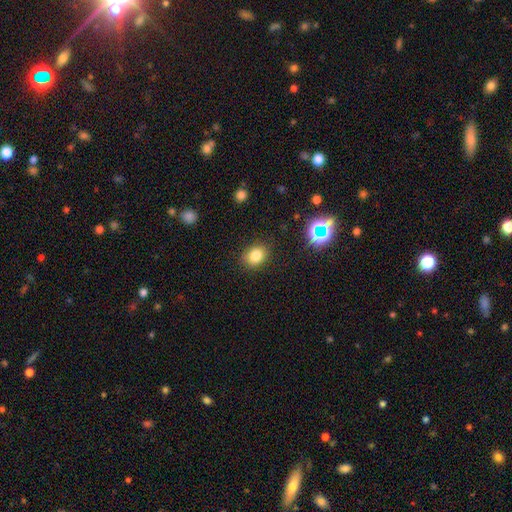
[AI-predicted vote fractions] Morphology: type=smooth (80%); roundness=in between (55%); merging=none (85%).